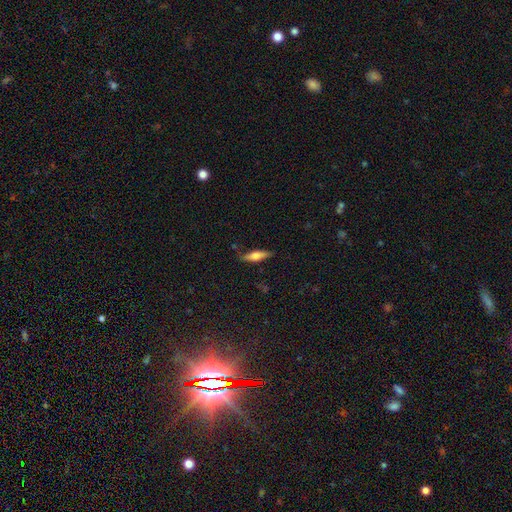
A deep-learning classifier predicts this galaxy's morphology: Overall: smooth (53%; featured or disk 41%). How rounded: cigar-shaped (64%; in between 33%). Merging: none (80%).